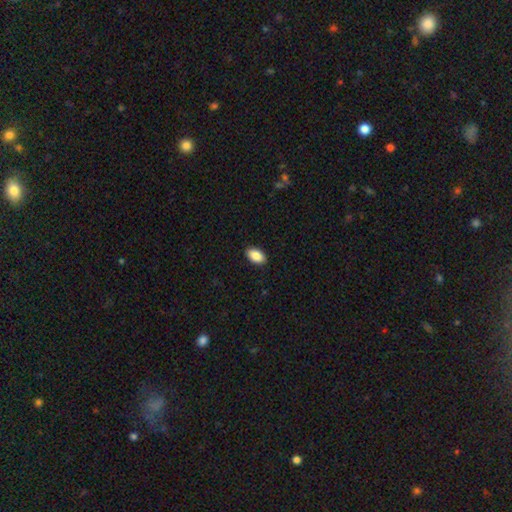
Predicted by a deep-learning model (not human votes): Smooth or featured? Predicted: smooth (p=0.88). How rounded? Predicted: in between (p=0.94). Merging? Predicted: none (p=0.90).